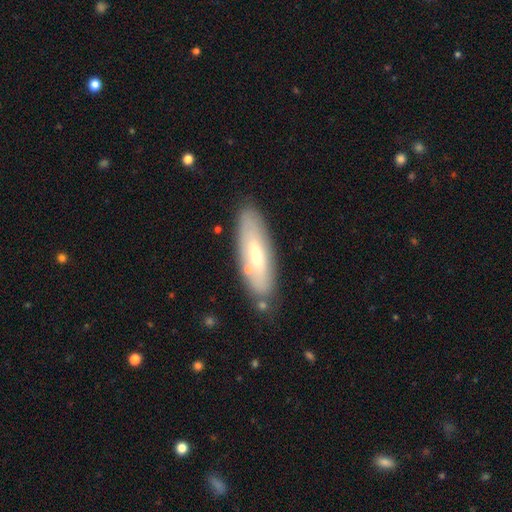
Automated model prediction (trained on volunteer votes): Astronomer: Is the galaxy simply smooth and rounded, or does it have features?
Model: featured or disk — 48% (runner-up: smooth, 45%).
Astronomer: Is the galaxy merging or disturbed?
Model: none — 79%.